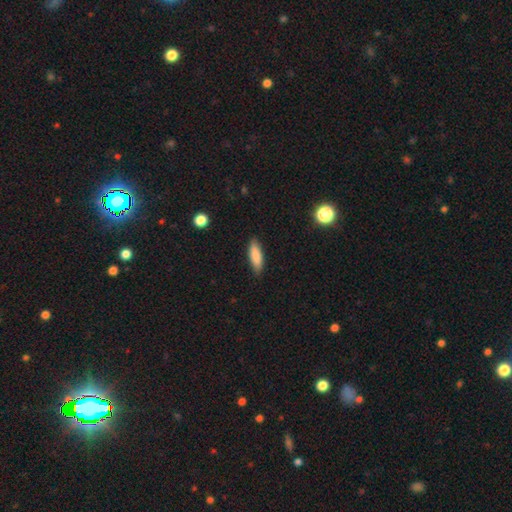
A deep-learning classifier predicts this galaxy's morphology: A smooth galaxy with no disk features (83%) that is in between round and cigar-shaped (50%). Merging: none (86%).